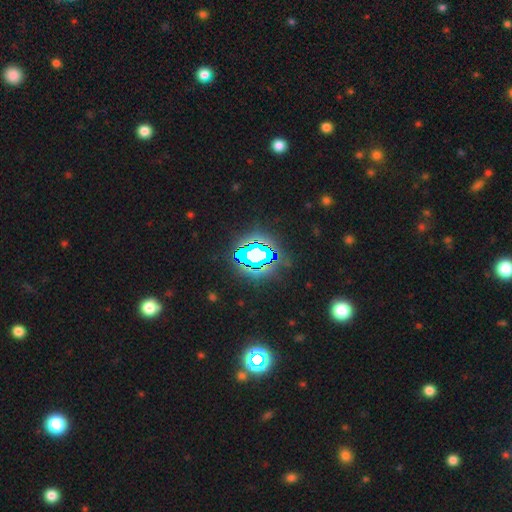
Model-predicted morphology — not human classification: A star or artifact, not a galaxy (71%).